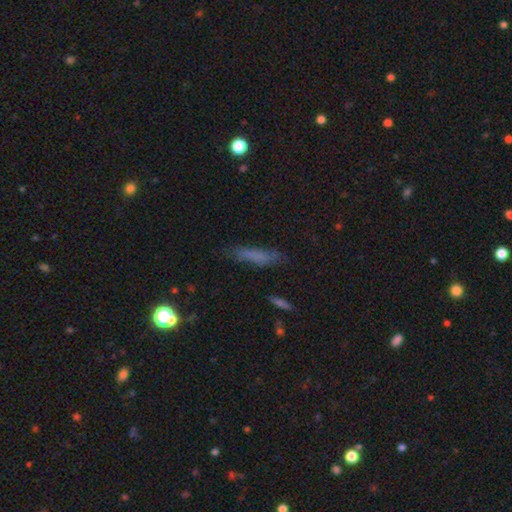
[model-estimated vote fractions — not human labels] Smooth or featured? smooth (65%)
How rounded? cigar-shaped (77%)
Merging? none (69%)